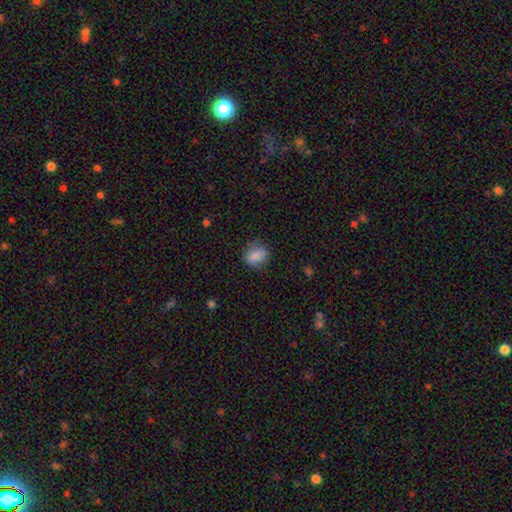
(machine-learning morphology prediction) smooth 83%, star or artifact 9%, featured or disk 8%. Down the decision tree: how rounded — in between (61%); merging — none (79%).